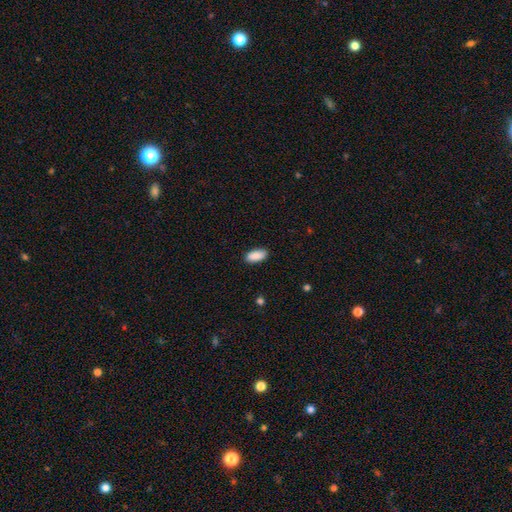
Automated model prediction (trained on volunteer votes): Overall: smooth (90%). How rounded: in between (90%). Merging: none (88%).